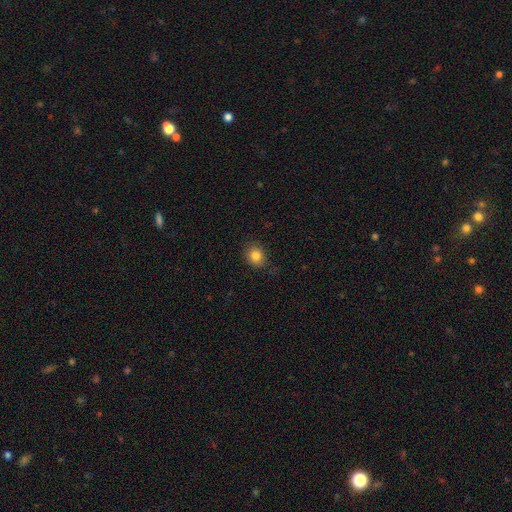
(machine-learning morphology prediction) type=smooth (83%); roundness=round (64%); merging=none (83%).